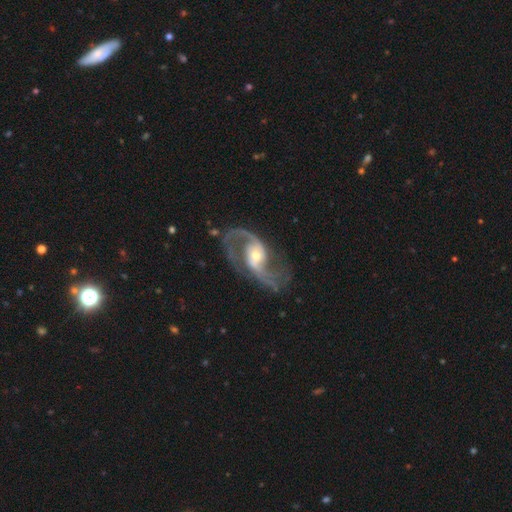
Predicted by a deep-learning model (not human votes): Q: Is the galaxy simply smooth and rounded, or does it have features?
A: featured or disk — 91%.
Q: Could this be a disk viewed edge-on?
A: no — 97%.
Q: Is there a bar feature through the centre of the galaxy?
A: no — 45%.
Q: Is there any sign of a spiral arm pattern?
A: yes — 97%.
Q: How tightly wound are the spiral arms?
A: loose — 47%.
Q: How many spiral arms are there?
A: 2 — 92%.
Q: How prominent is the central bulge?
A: moderate — 55%.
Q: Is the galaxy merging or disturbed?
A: none — 68%.